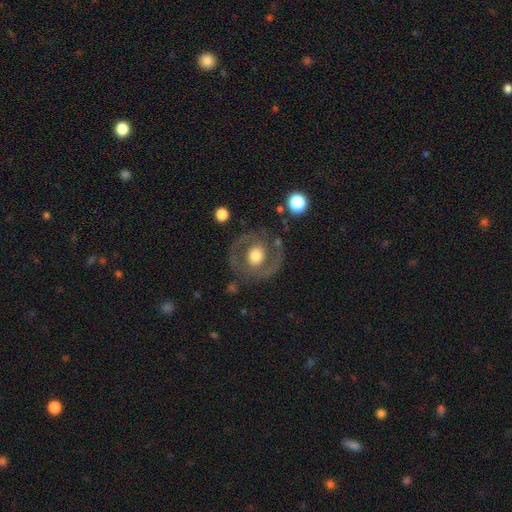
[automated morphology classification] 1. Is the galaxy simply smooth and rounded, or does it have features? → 68% featured or disk, 26% smooth, 6% star or artifact.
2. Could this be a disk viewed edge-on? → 97% no, 3% yes.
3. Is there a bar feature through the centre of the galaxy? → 71% no, 21% weak, 8% strong.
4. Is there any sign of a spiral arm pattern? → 59% yes, 41% no.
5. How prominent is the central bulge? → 59% moderate, 32% large, 6% small, 3% dominant, 1% none.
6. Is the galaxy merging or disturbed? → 76% none, 13% minor disturbance, 9% major disturbance, 2% merger.